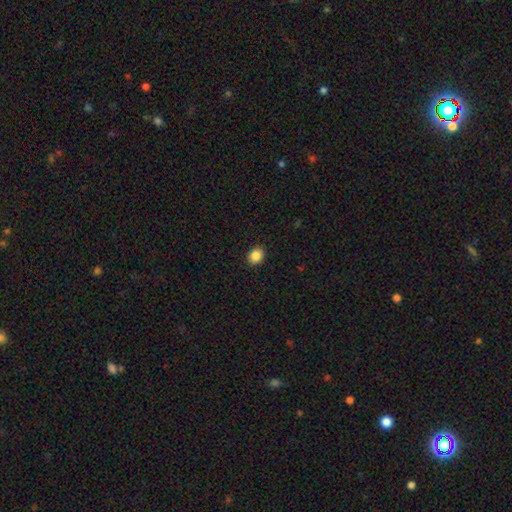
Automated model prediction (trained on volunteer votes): Q: Smooth or featured?
A: smooth (87%); runner-up: star or artifact (10%)
Q: How rounded?
A: round (60%); runner-up: in between (39%)
Q: Merging?
A: none (91%); runner-up: minor disturbance (6%)